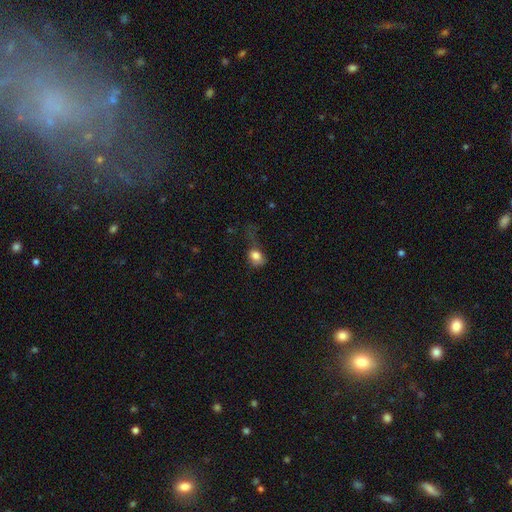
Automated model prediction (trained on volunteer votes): Smooth or featured?
  - smooth: 78% *
  - featured or disk: 12%
  - star or artifact: 10%
How rounded?
  - in between: 55% *
  - round: 43%
  - cigar-shaped: 2%
Merging?
  - major disturbance: 47% *
  - minor disturbance: 25%
  - none: 24%
  - merger: 4%